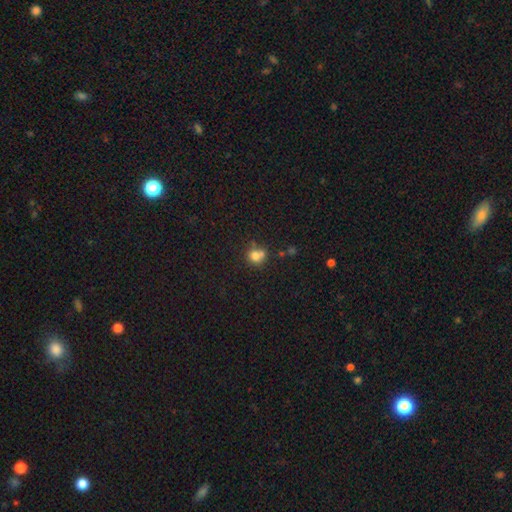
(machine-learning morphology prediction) This is likely a smooth galaxy (74%). How rounded: likely round (78%). Merging: marginally none (43%).